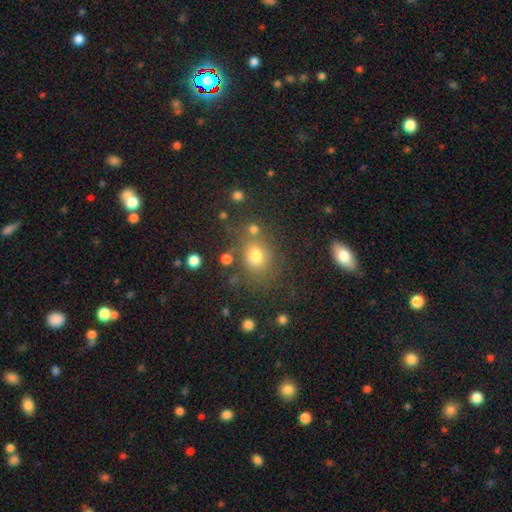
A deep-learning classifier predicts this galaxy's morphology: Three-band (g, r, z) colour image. It shows a smooth galaxy with no disk features (73%) that is round (63%). Merging: none (69%).